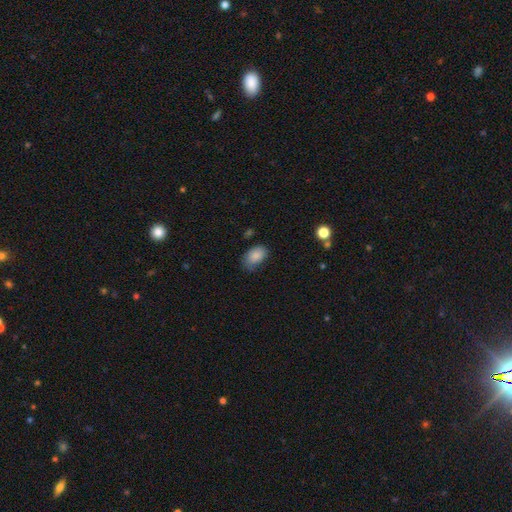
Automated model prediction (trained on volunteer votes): The model was most divided on "merging": none: 68%, minor disturbance: 25%, major disturbance: 5%, merger: 2%. More confident: how rounded — in between (90%); smooth or featured — smooth (87%).